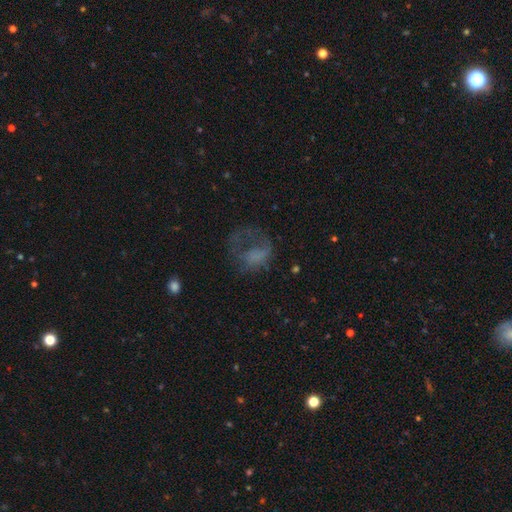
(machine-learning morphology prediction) Smooth or featured: smooth — 42% (featured or disk — 41%)
Merging: major disturbance — 53% (none — 28%)